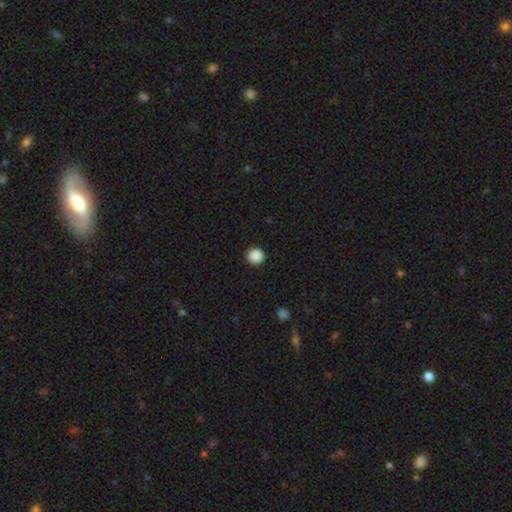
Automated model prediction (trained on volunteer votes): Smooth or featured? Predicted: smooth (p=0.89). How rounded? Predicted: round (p=0.90). Merging? Predicted: none (p=0.92).